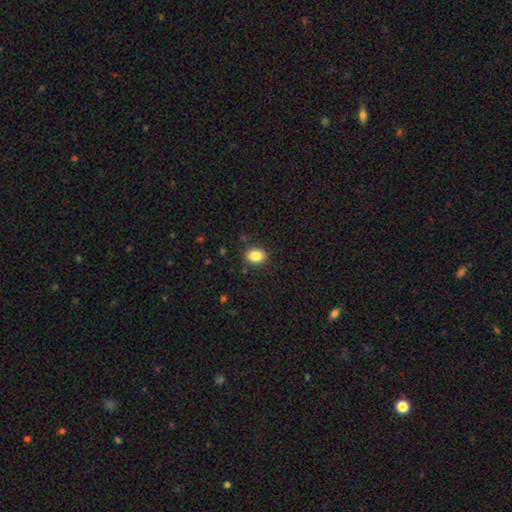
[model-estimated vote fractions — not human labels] smooth 85%, star or artifact 9%, featured or disk 6%. Down the decision tree: how rounded — in between (57%); merging — none (87%).